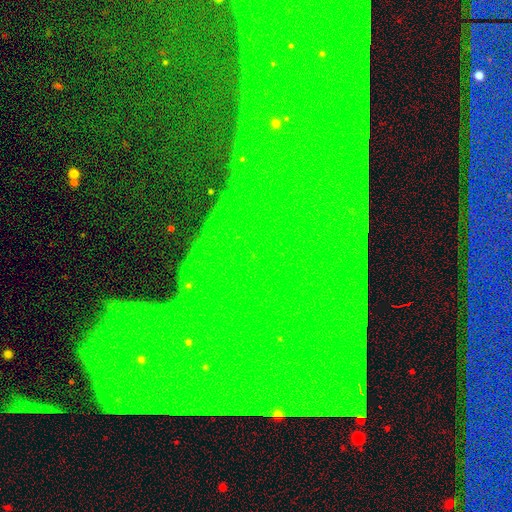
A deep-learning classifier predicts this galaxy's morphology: Smooth or featured?
  - star or artifact: 86% *
  - featured or disk: 8%
  - smooth: 7%